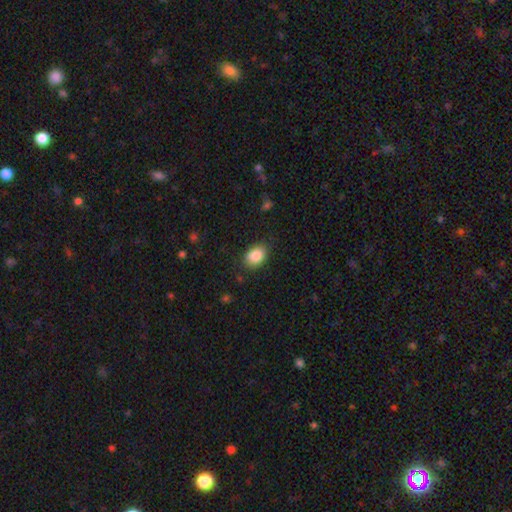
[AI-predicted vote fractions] This is clearly a smooth galaxy (87%). How rounded: likely in between (77%). Merging: clearly none (81%).